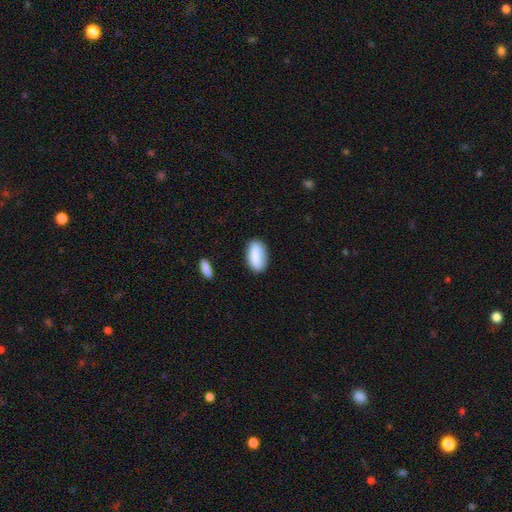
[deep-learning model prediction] A smooth galaxy with no disk features (83%) that is in between round and cigar-shaped (89%). Merging: none (80%).